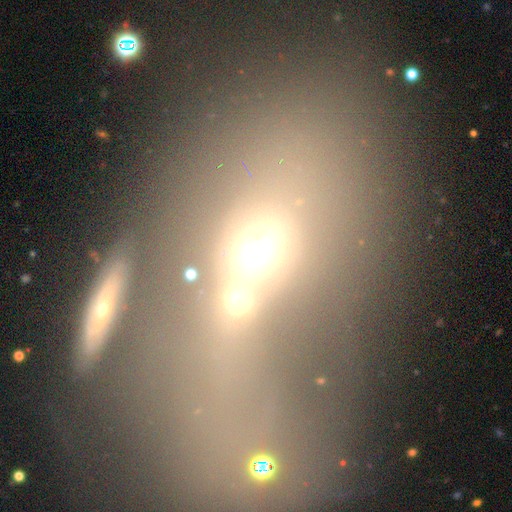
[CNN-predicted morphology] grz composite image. It shows a smooth galaxy with no disk features (49%). Merging: merger (45%).